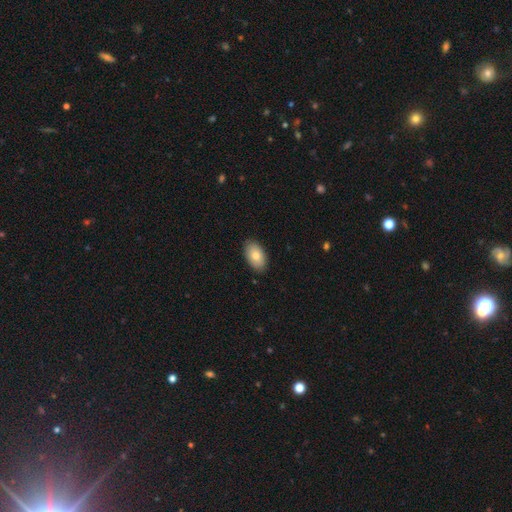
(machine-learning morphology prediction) Q: Smooth or featured?
A: smooth (81%); runner-up: featured or disk (13%)
Q: How rounded?
A: in between (94%); runner-up: round (5%)
Q: Merging?
A: none (88%); runner-up: minor disturbance (9%)